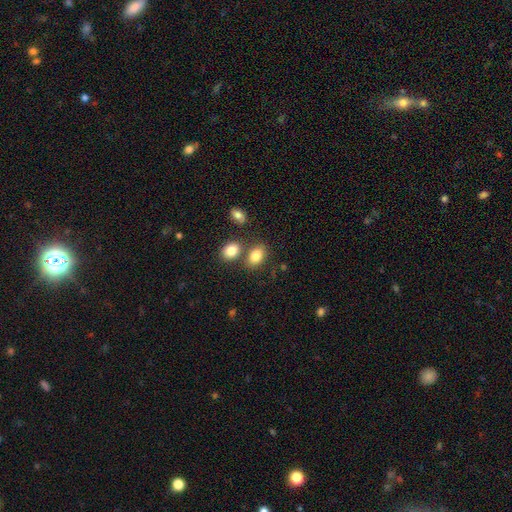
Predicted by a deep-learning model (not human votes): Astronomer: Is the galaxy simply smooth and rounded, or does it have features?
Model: smooth — 83%.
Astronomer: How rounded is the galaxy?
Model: in between — 80%.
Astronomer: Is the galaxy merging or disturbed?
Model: none — 63%.